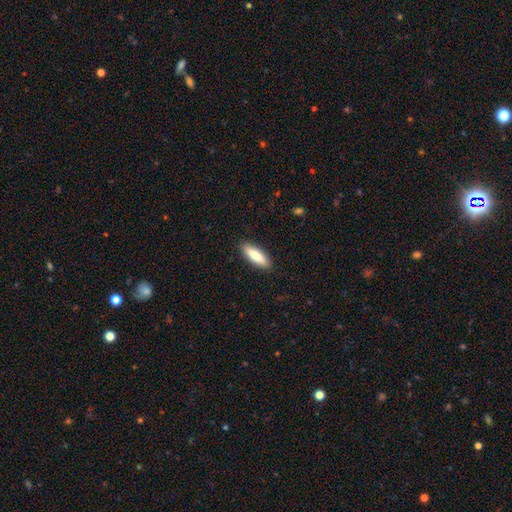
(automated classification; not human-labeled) Q: Smooth or featured?
A: smooth (78%); runner-up: featured or disk (16%)
Q: How rounded?
A: cigar-shaped (52%); runner-up: in between (46%)
Q: Merging?
A: none (90%); runner-up: minor disturbance (7%)